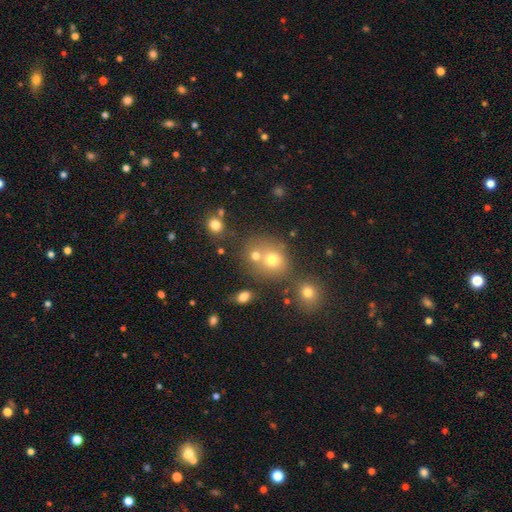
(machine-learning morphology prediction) smooth-or-featured: smooth: 70% | star or artifact: 18% | featured or disk: 12%
  how-rounded: round: 74% | in between: 25% | cigar-shaped: 1%
  merging: none: 50% | merger: 35% | minor disturbance: 10% | major disturbance: 5%